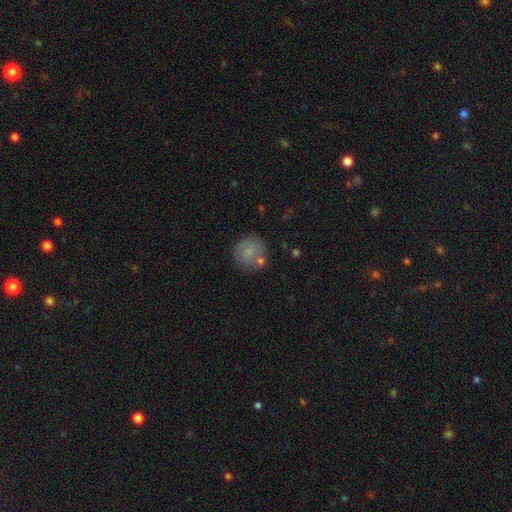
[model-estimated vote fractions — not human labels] A smooth galaxy with no disk features (65%) that is round (91%). Merging: none (71%).